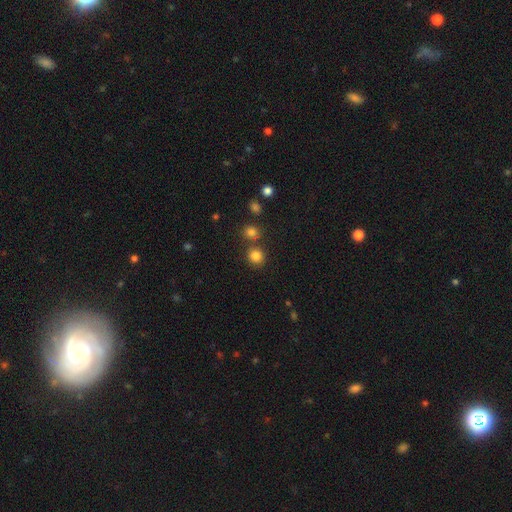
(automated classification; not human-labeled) This is clearly a smooth galaxy (82%). How rounded: clearly round (88%). Merging: likely none (74%).